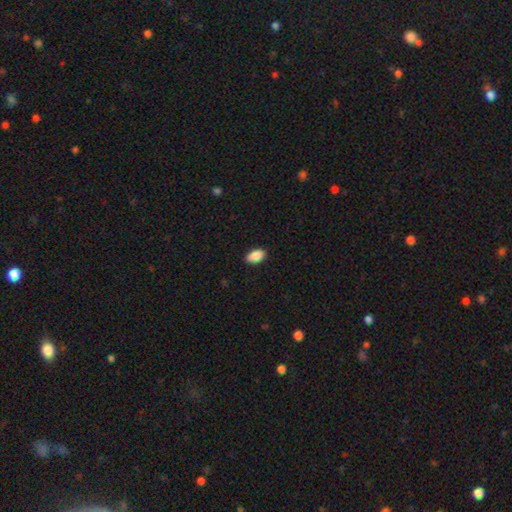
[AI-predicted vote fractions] The model was most divided on "merging": none: 84%, minor disturbance: 13%, major disturbance: 2%, merger: 1%. More confident: how rounded — in between (92%); smooth or featured — smooth (88%).